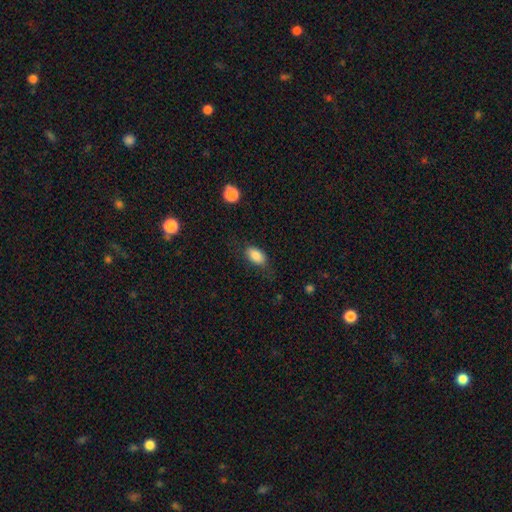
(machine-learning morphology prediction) type=smooth (85%); roundness=in between (91%); merging=none (72%).